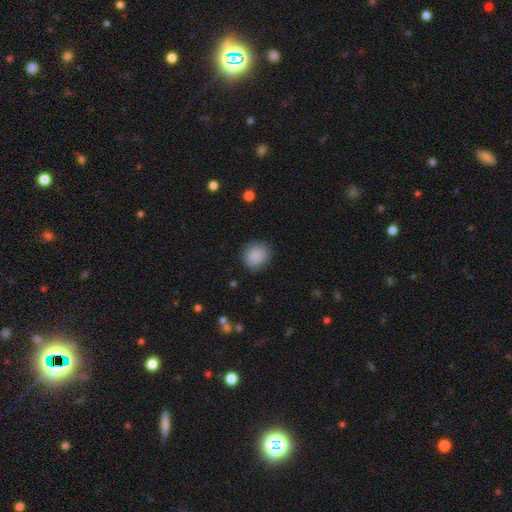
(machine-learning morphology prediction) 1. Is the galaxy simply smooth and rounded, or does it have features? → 87% smooth, 8% star or artifact, 5% featured or disk.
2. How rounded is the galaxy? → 80% round, 19% in between, 1% cigar-shaped.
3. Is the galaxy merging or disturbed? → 82% none, 13% minor disturbance, 3% major disturbance, 1% merger.